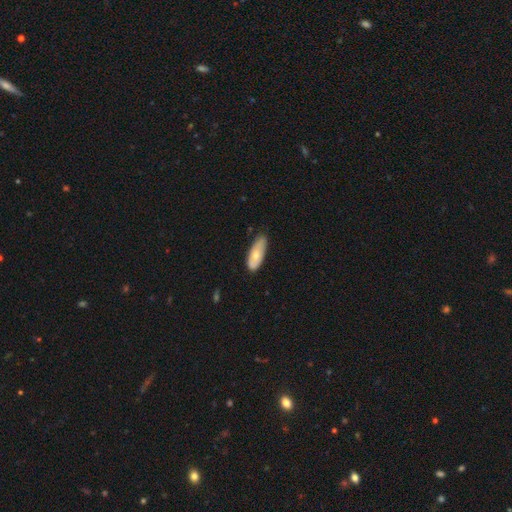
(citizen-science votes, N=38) smooth_or_featured: smooth (p=0.66) [alt: featured or disk p=0.29]
how_rounded: in between (p=0.84) [alt: cigar-shaped p=0.12]
merging: none (p=0.75) [alt: minor disturbance p=0.19]